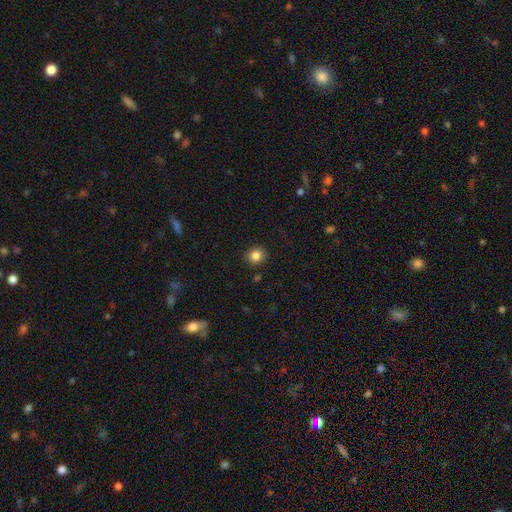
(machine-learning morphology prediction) Smooth or featured: smooth — 85% (star or artifact — 11%)
How rounded: round — 86% (in between — 14%)
Merging: none — 90% (minor disturbance — 6%)